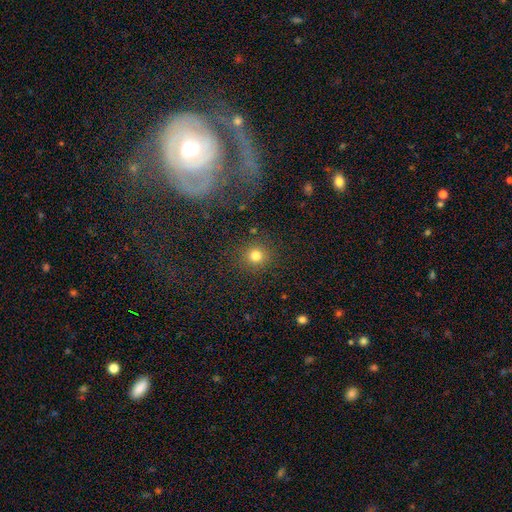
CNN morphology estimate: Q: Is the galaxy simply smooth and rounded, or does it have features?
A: smooth — 80%.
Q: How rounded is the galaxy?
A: round — 91%.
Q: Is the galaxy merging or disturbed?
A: none — 87%.